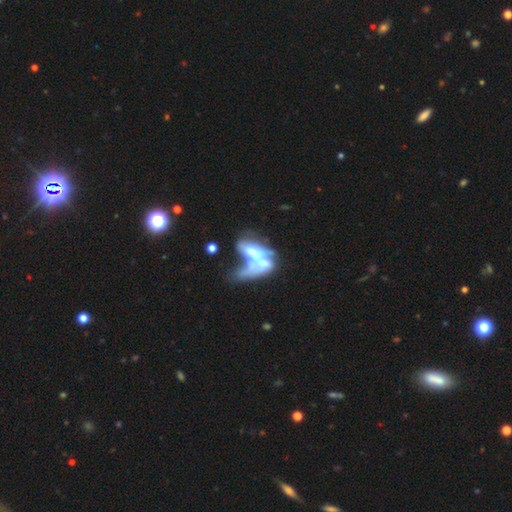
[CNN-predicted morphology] This is possibly a featured or disk galaxy (55%). It is clearly not viewed edge-on (89%). Merging: likely merger (69%).